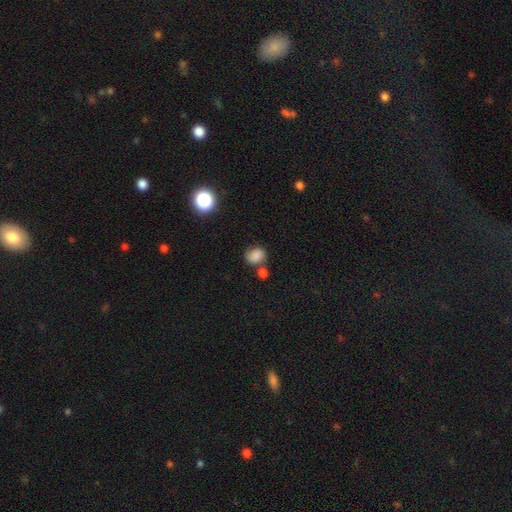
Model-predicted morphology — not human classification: smooth-or-featured: smooth: 72% | featured or disk: 16% | star or artifact: 12%
  how-rounded: round: 57% | in between: 42% | cigar-shaped: 1%
  merging: none: 55% | minor disturbance: 20% | merger: 17% | major disturbance: 7%